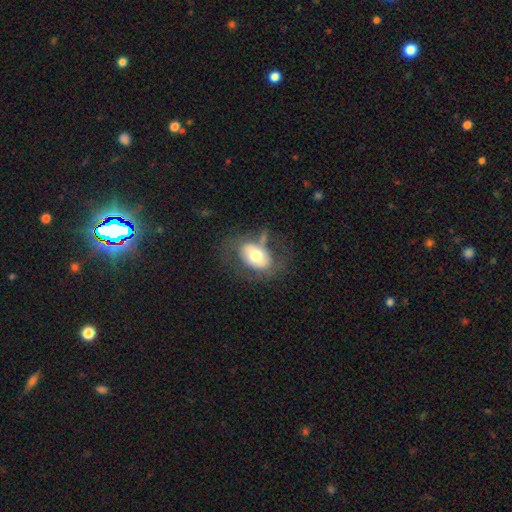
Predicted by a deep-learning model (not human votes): Q: Smooth or featured?
A: smooth (59%); runner-up: featured or disk (34%)
Q: How rounded?
A: in between (84%); runner-up: round (15%)
Q: Merging?
A: none (50%); runner-up: minor disturbance (23%)